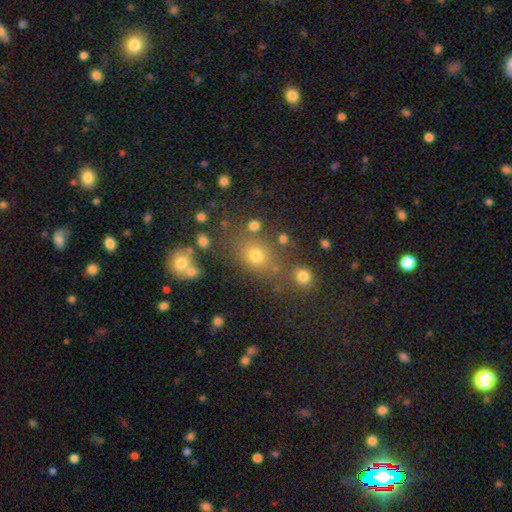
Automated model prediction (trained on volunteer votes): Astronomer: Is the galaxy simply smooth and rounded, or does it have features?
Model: smooth — 70%.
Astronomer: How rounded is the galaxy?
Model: round — 61% (runner-up: in between, 37%).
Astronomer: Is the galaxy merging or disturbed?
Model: none — 68%.